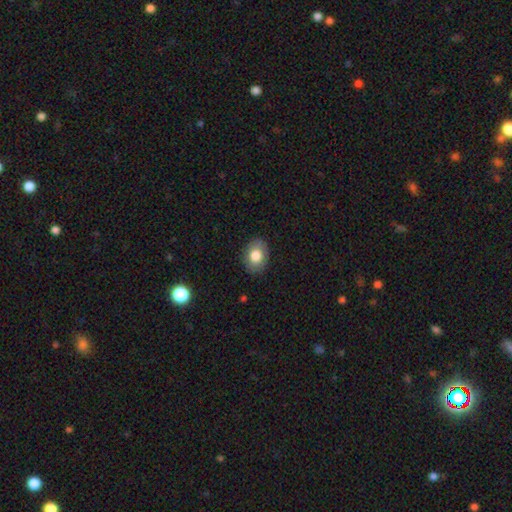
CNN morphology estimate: Smooth or featured? smooth (79%)
How rounded? in between (73%)
Merging? none (86%)